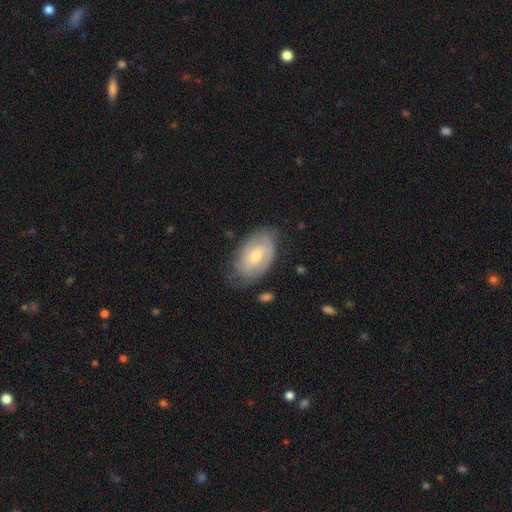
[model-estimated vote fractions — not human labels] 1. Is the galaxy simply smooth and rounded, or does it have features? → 60% featured or disk, 34% smooth, 6% star or artifact.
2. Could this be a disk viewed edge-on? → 95% no, 5% yes.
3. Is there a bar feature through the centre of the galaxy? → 46% weak, 44% no, 10% strong.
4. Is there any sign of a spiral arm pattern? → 79% yes, 21% no.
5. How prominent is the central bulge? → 52% moderate, 43% small, 3% large, 2% none, 1% dominant.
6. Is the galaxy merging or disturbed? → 67% none, 24% minor disturbance, 7% major disturbance, 2% merger.